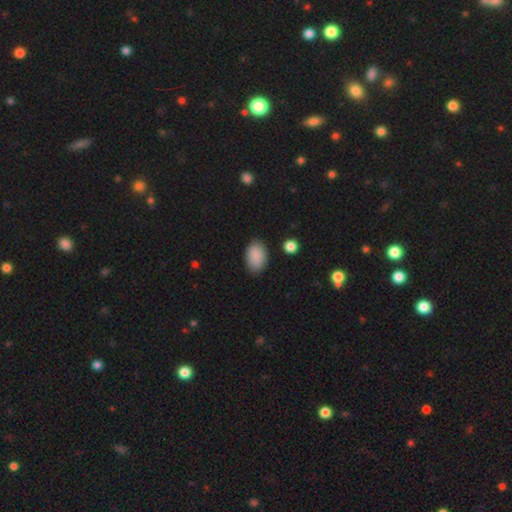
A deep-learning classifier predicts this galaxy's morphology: Q: Smooth or featured?
A: smooth (88%); runner-up: star or artifact (7%)
Q: How rounded?
A: in between (91%); runner-up: round (8%)
Q: Merging?
A: none (83%); runner-up: minor disturbance (13%)